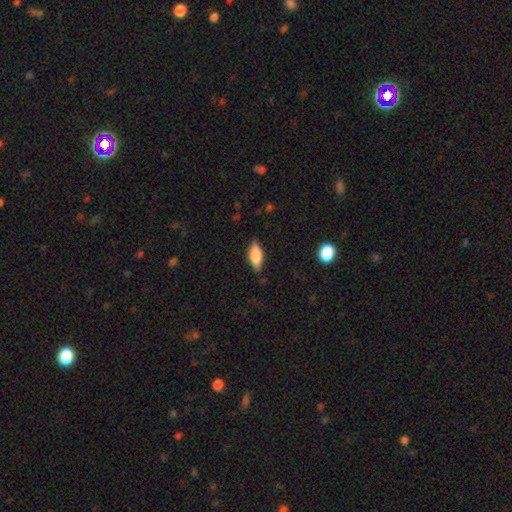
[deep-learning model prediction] Smooth or featured? Predicted: smooth (p=0.72). How rounded? Predicted: in between (p=0.79). Merging? Predicted: none (p=0.82).